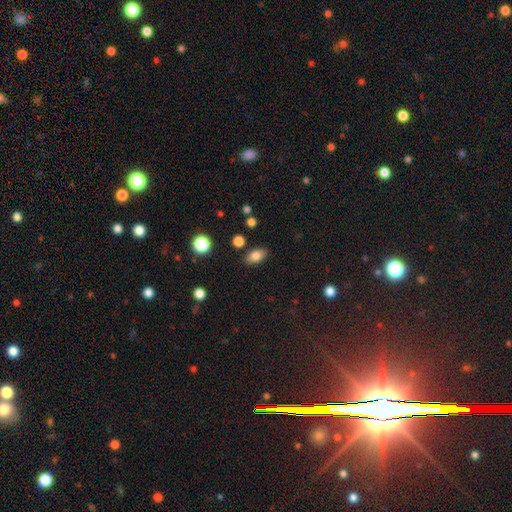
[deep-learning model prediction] Morphology: type=smooth (80%); roundness=in between (87%); merging=none (85%).